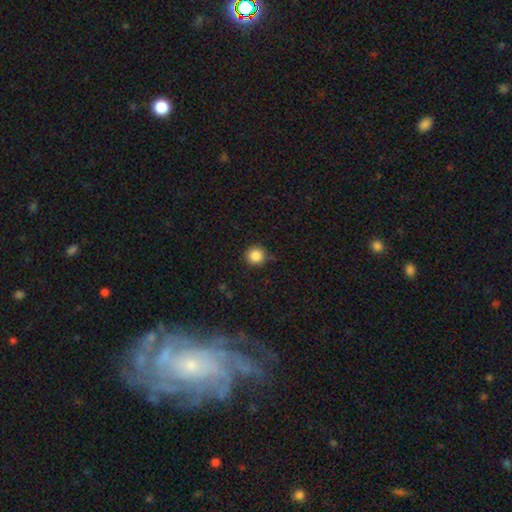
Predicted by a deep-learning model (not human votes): Q: Smooth or featured?
A: smooth (85%); runner-up: star or artifact (10%)
Q: How rounded?
A: round (95%); runner-up: in between (4%)
Q: Merging?
A: none (86%); runner-up: minor disturbance (11%)